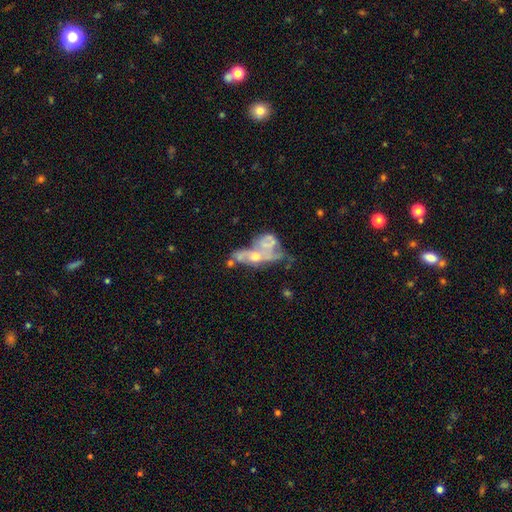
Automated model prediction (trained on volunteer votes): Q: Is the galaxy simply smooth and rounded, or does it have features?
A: featured or disk — 64%.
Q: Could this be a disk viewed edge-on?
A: no — 93%.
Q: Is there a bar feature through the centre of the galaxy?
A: no — 85%.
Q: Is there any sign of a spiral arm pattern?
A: no — 71%.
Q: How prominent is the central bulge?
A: moderate — 47%.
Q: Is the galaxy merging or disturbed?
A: merger — 50%.